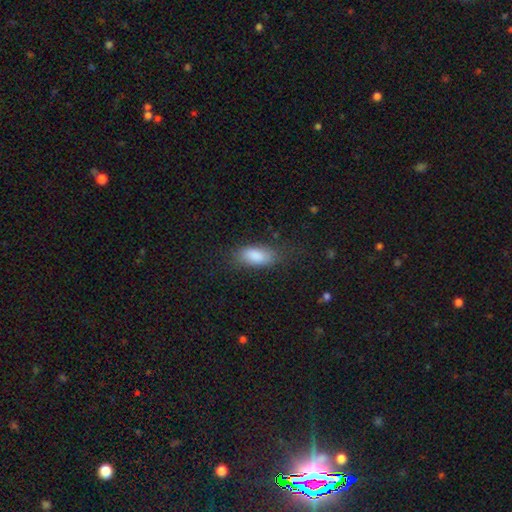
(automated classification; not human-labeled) Smooth or featured? smooth (85%)
How rounded? in between (88%)
Merging? none (69%)